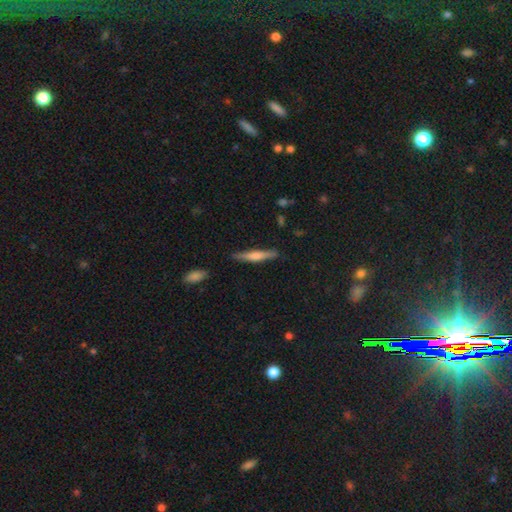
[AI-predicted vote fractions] smooth_or_featured: featured or disk (p=0.51) [alt: smooth p=0.42]
disk_edge_on: yes (p=0.96) [alt: no p=0.04]
merging: none (p=0.88) [alt: minor disturbance p=0.09]